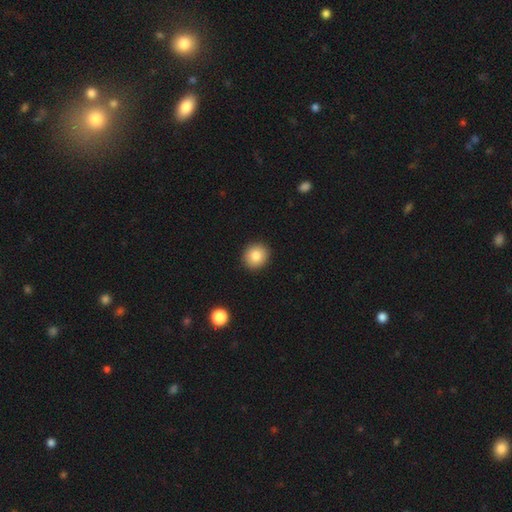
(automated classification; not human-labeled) smooth-or-featured: smooth: 84% | star or artifact: 9% | featured or disk: 7%
  how-rounded: round: 85% | in between: 14% | cigar-shaped: 1%
  merging: none: 92% | minor disturbance: 6% | major disturbance: 2% | merger: 1%